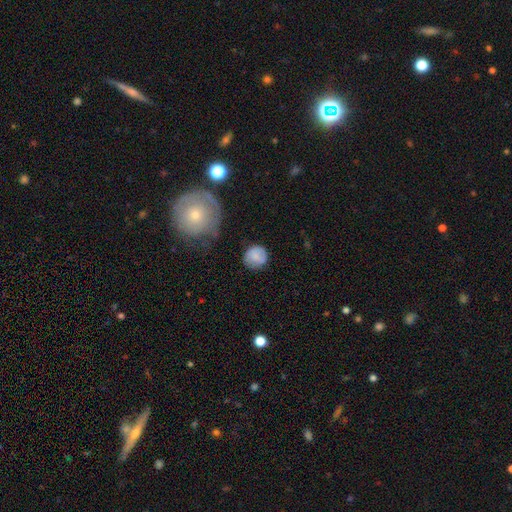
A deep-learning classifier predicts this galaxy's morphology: A smooth galaxy with no disk features (78%) that is round (89%). Merging: none (76%).